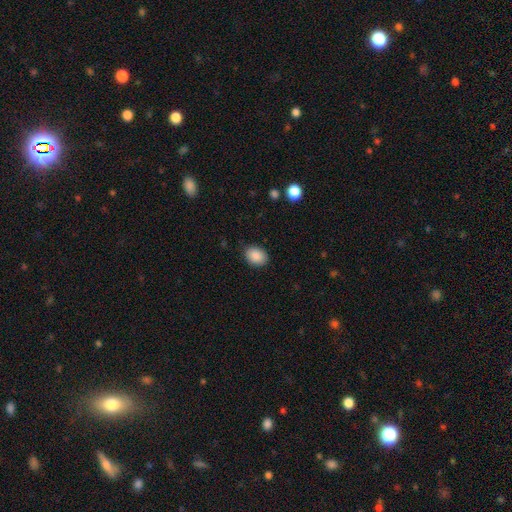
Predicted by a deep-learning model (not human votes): Morphology: type=smooth (89%); roundness=in between (66%); merging=none (87%).